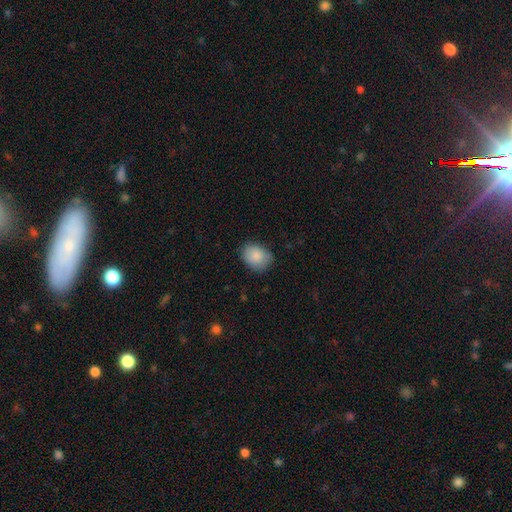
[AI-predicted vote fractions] A smooth galaxy with no disk features (86%) that is in between round and cigar-shaped (57%). Merging: none (75%).